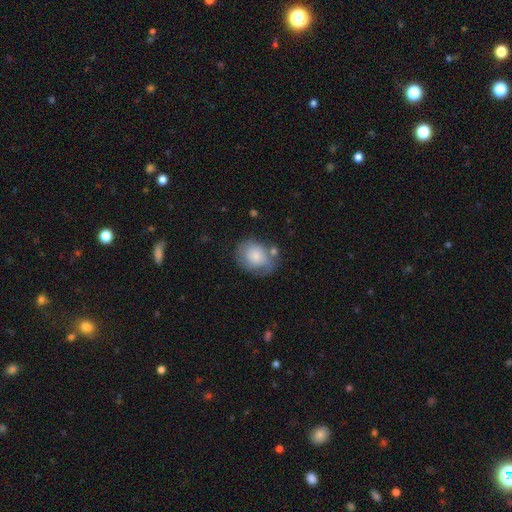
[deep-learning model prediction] Smooth or featured?
  - smooth: 73% *
  - featured or disk: 20%
  - star or artifact: 7%
How rounded?
  - in between: 55% *
  - round: 44%
  - cigar-shaped: 1%
Merging?
  - none: 56% *
  - minor disturbance: 25%
  - major disturbance: 10%
  - merger: 8%